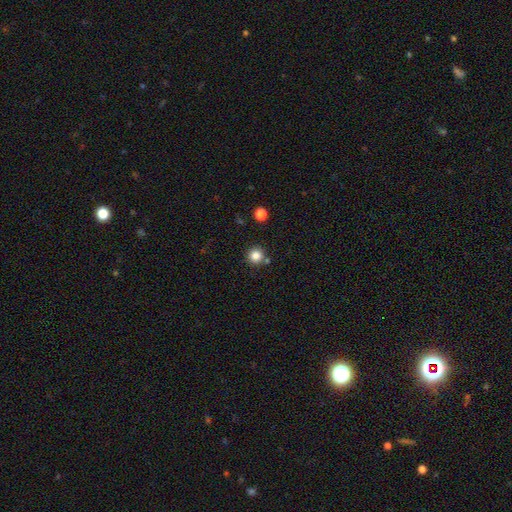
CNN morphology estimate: type=smooth (83%); roundness=round (94%); merging=none (83%).